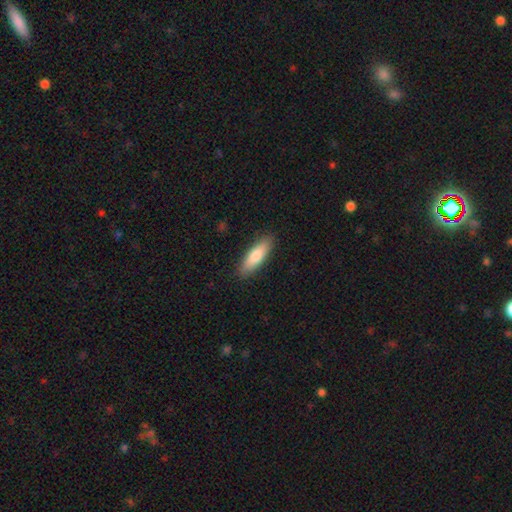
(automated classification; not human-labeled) smooth-or-featured: smooth: 80% | featured or disk: 15% | star or artifact: 6%
  how-rounded: cigar-shaped: 53% | in between: 45% | round: 2%
  merging: none: 89% | minor disturbance: 8% | major disturbance: 2% | merger: 1%